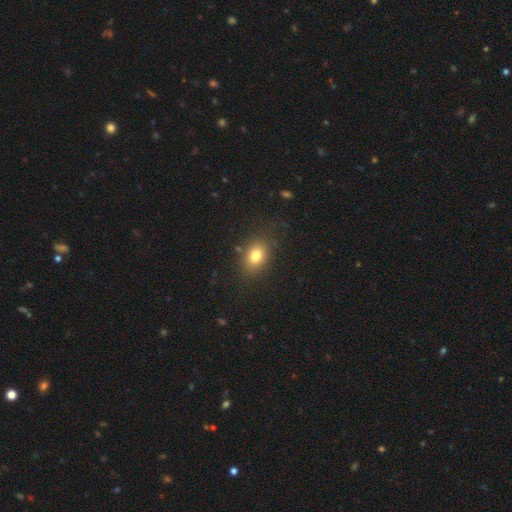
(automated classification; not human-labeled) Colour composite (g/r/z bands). It shows a smooth galaxy with no disk features (78%) that is in between round and cigar-shaped (71%). Merging: none (80%).